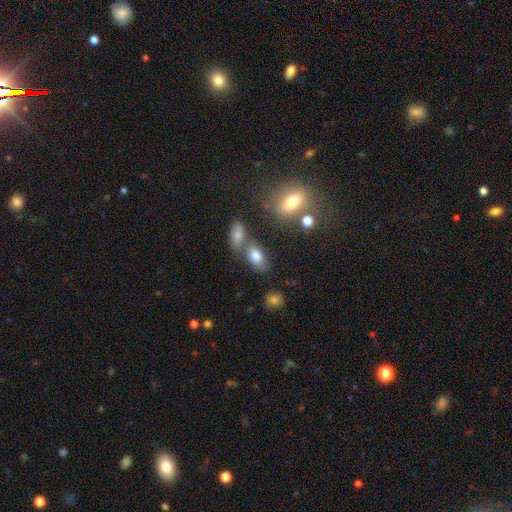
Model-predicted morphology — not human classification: smooth 76%, featured or disk 13%, star or artifact 10%. Down the decision tree: how rounded — in between (89%); merging — none (58%).